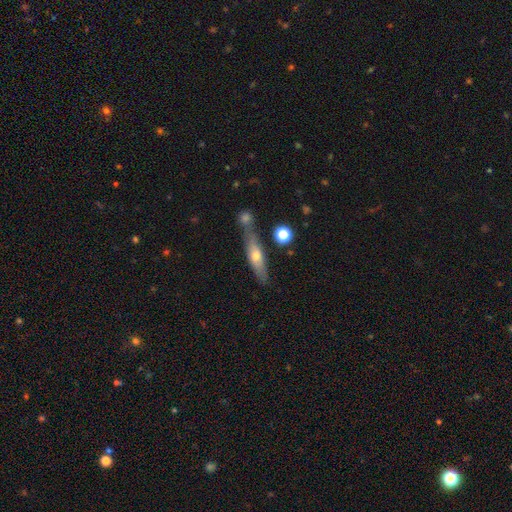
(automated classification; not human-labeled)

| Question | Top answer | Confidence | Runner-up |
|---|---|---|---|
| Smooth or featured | smooth | 50% | featured or disk (43%) |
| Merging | none | 56% | merger (21%) |